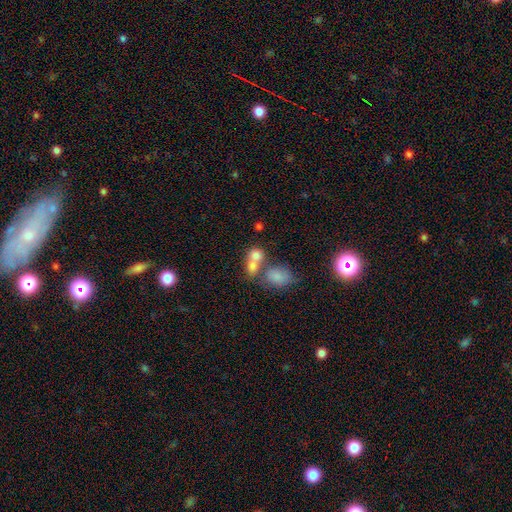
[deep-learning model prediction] Smooth or featured? smooth (74%)
How rounded? round (56%)
Merging? merger (60%)